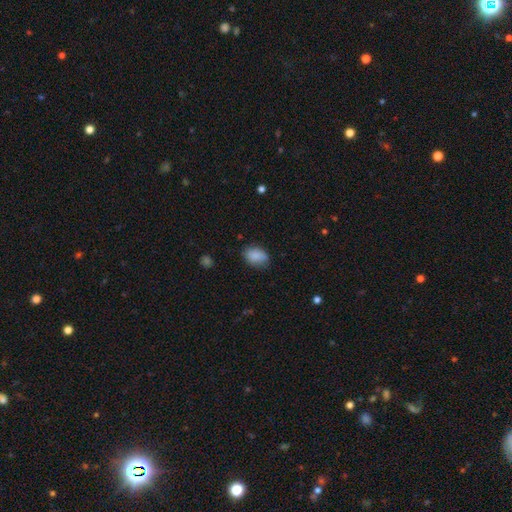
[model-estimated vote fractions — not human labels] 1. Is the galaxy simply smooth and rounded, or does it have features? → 87% smooth, 8% star or artifact, 5% featured or disk.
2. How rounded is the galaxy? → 82% in between, 17% round, 1% cigar-shaped.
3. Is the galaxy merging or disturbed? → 73% none, 21% minor disturbance, 4% major disturbance, 1% merger.